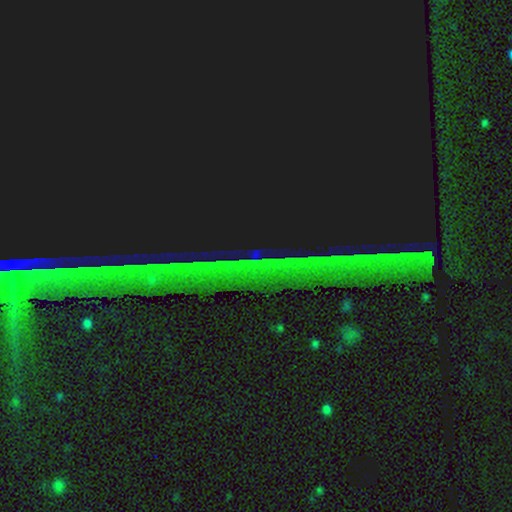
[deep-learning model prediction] This is clearly a star or artifact rather than a galaxy (88%).